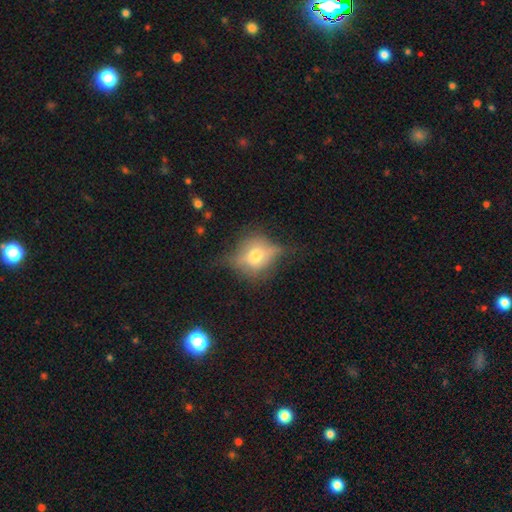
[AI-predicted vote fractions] The model was most divided on "smooth or featured": smooth: 45%, featured or disk: 44%, star or artifact: 11%. More confident: merging — none (52%).